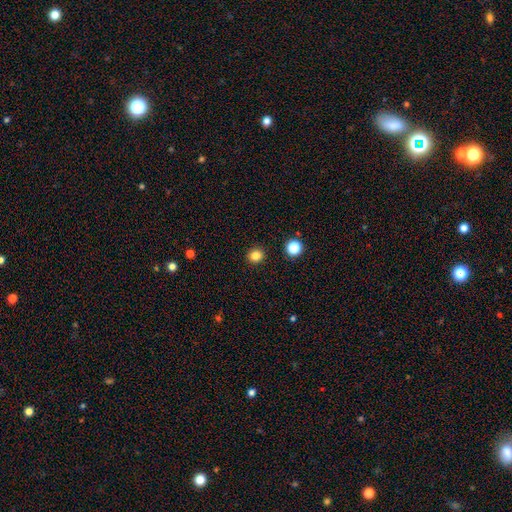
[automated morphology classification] Q: Smooth or featured?
A: smooth (82%); runner-up: star or artifact (13%)
Q: How rounded?
A: round (86%); runner-up: in between (13%)
Q: Merging?
A: none (92%); runner-up: minor disturbance (5%)